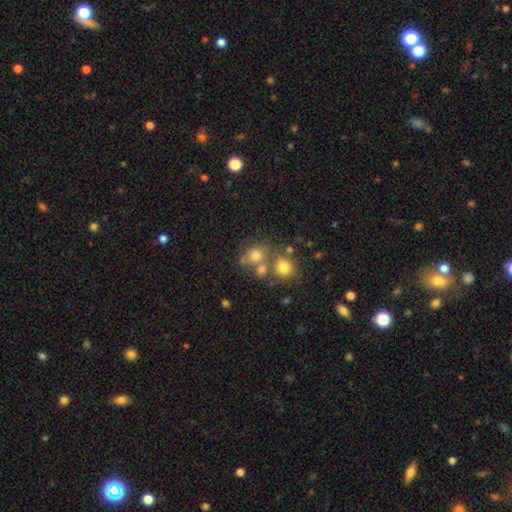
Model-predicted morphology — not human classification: smooth 71%, star or artifact 15%, featured or disk 14%. Down the decision tree: how rounded — round (70%); merging — none (47%).